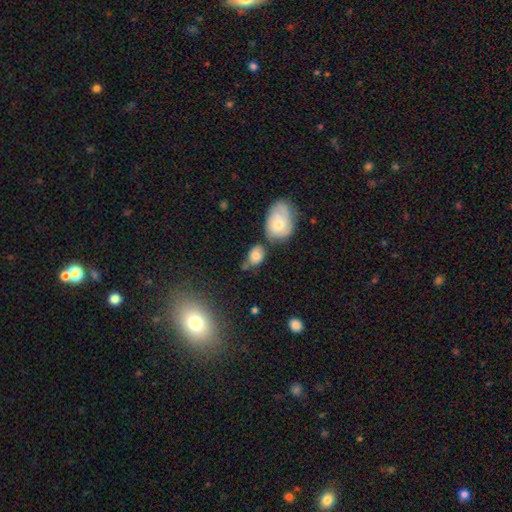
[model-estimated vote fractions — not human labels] This is likely a smooth galaxy (69%). How rounded: likely in between (74%). Merging: marginally none (41%).